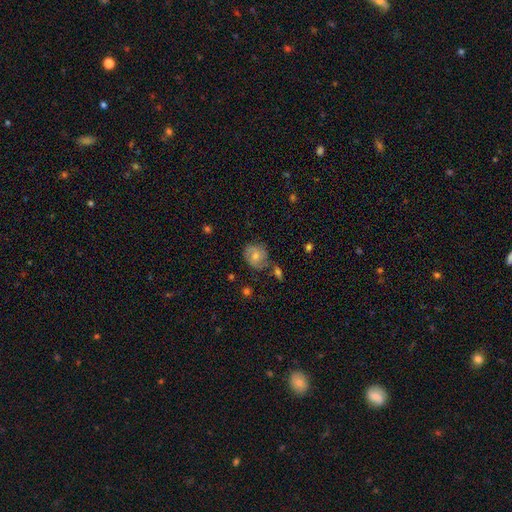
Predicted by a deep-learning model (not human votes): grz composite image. It shows a smooth galaxy with no disk features (61%) that is round (71%). Merging: none (67%).